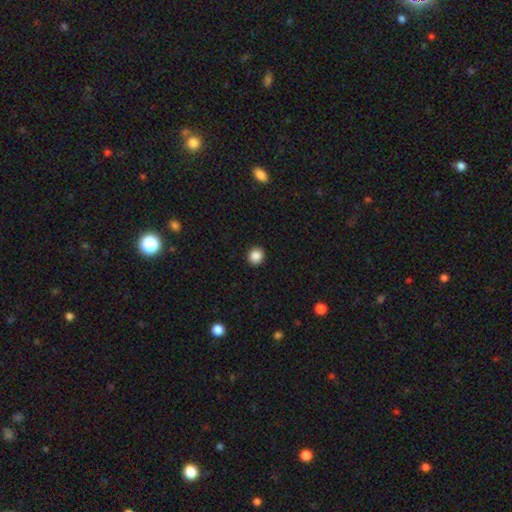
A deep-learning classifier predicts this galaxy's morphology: This appears to be a smooth galaxy with no disk features (88%) that is round (86%). Merging: none (92%).